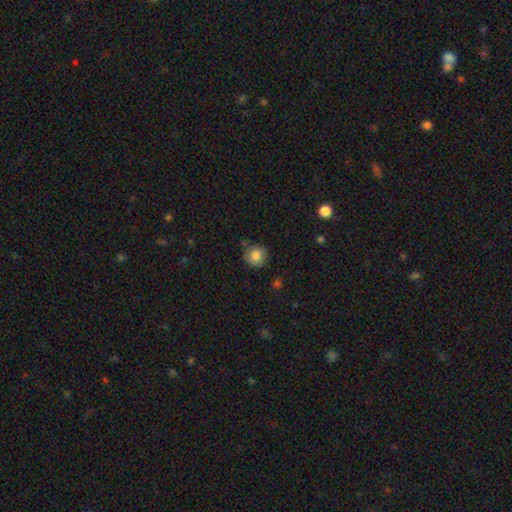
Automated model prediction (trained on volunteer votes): smooth-or-featured: smooth: 83% | star or artifact: 9% | featured or disk: 7%
  how-rounded: round: 91% | in between: 9% | cigar-shaped: 1%
  merging: none: 81% | minor disturbance: 13% | merger: 3% | major disturbance: 3%